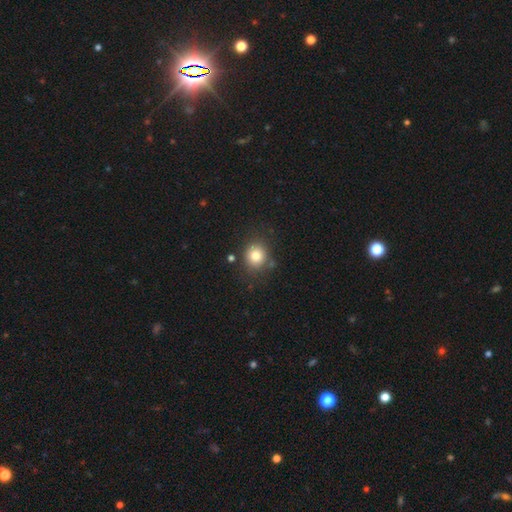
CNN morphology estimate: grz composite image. It shows a smooth galaxy with no disk features (81%) that is round (80%). Merging: none (79%).